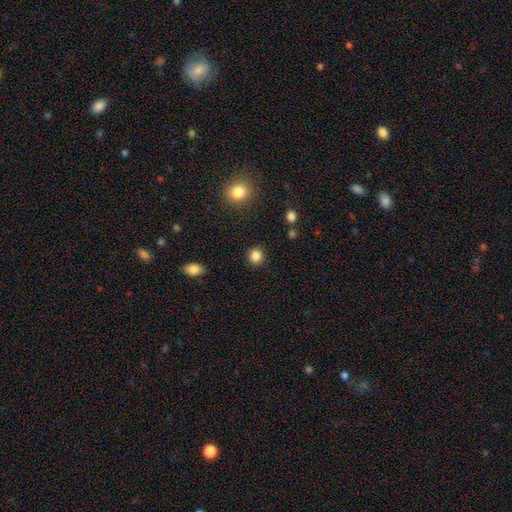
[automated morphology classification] Smooth or featured? smooth (85%)
How rounded? round (87%)
Merging? none (90%)